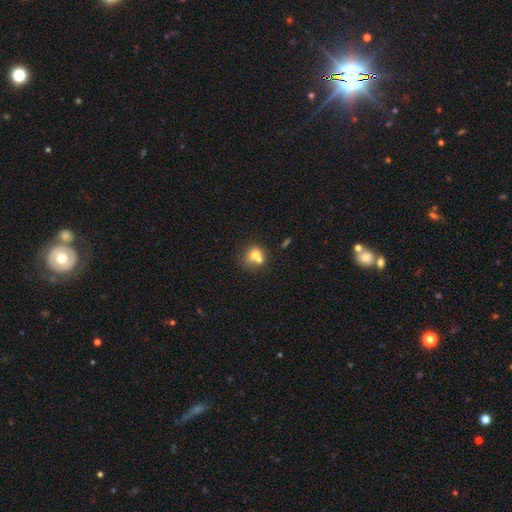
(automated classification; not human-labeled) Smooth or featured: smooth — 69% (featured or disk — 20%)
How rounded: round — 68% (in between — 31%)
Merging: merger — 57% (none — 31%)